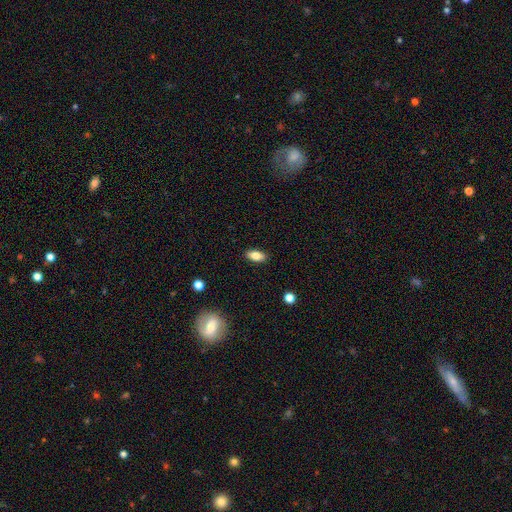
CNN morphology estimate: This is clearly a smooth galaxy (82%). How rounded: clearly in between (88%). Merging: clearly none (89%).